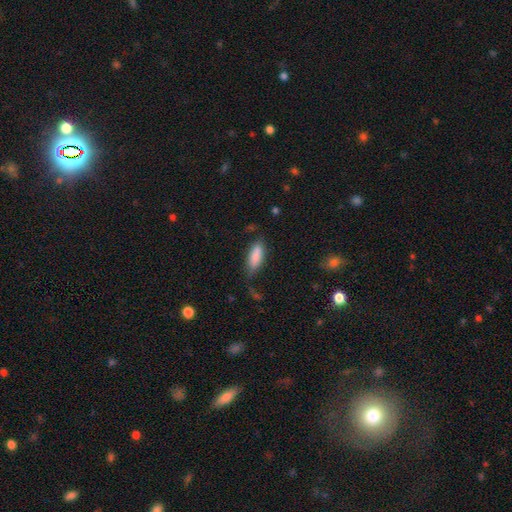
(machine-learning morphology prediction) type=smooth (85%); roundness=in between (67%); merging=none (61%).